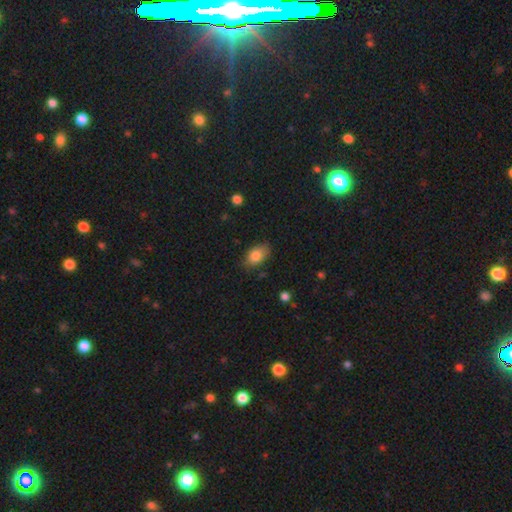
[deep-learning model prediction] A smooth galaxy with no disk features (83%) that is in between round and cigar-shaped (88%).

Vote fractions:
- Smooth or featured? smooth: 83% / featured or disk: 9% / star or artifact: 8%
- How rounded? in between: 88% / round: 11% / cigar-shaped: 2%
- Merging? none: 76% / minor disturbance: 19% / major disturbance: 4% / merger: 1%